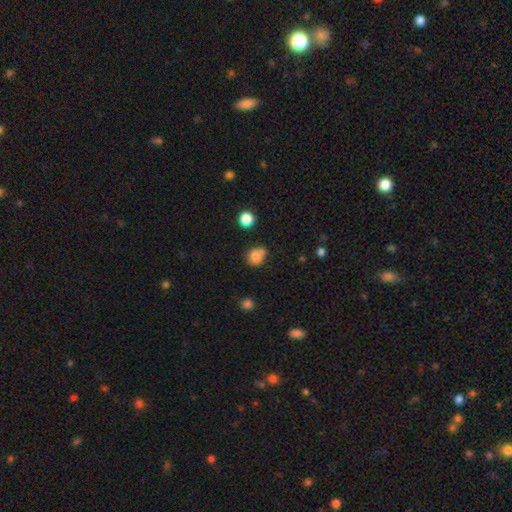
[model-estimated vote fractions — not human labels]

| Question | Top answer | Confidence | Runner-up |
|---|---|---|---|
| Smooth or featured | smooth | 73% | featured or disk (14%) |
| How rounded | round | 61% | in between (38%) |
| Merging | none | 49% | minor disturbance (22%) |